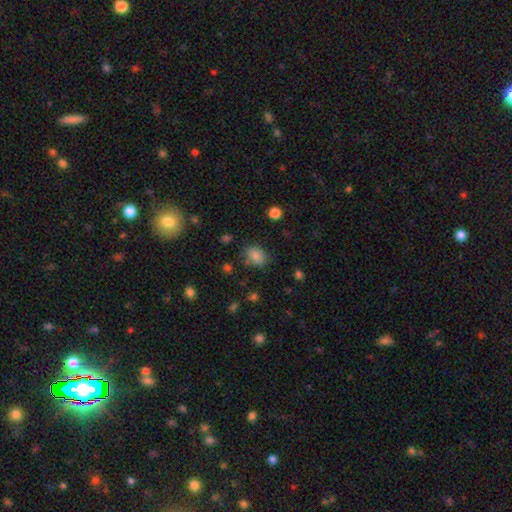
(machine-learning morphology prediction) smooth 82%, star or artifact 11%, featured or disk 7%. Down the decision tree: how rounded — in between (61%); merging — none (76%).